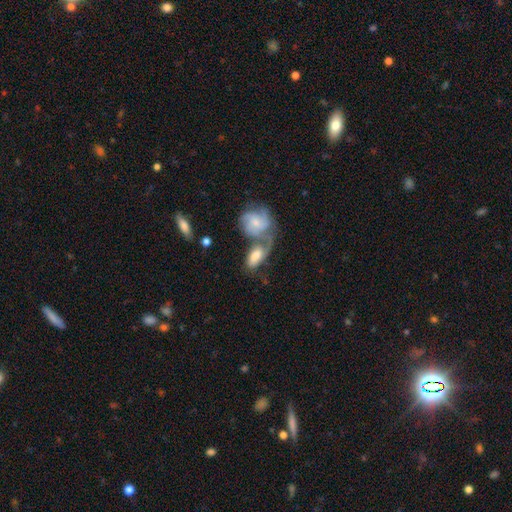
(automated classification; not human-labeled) Smooth or featured?
  - smooth: 54% *
  - featured or disk: 39%
  - star or artifact: 7%
How rounded?
  - in between: 87% *
  - round: 8%
  - cigar-shaped: 5%
Merging?
  - merger: 56% *
  - none: 21%
  - minor disturbance: 12%
  - major disturbance: 11%